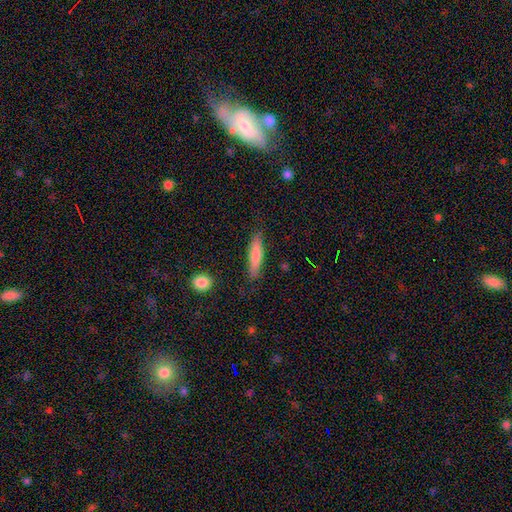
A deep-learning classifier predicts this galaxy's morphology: The model was most divided on "smooth or featured": smooth: 73%, featured or disk: 21%, star or artifact: 7%. More confident: merging — none (84%); how rounded — cigar-shaped (84%).